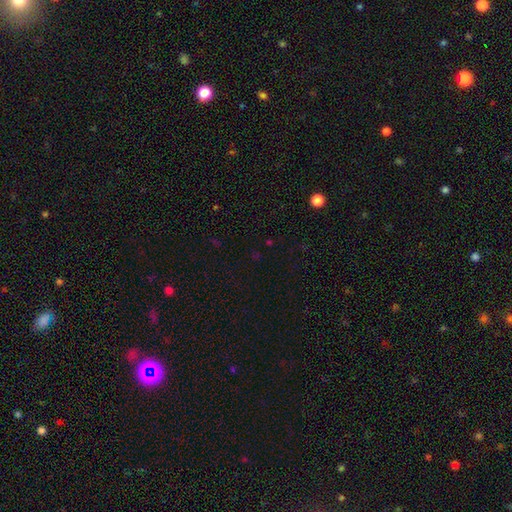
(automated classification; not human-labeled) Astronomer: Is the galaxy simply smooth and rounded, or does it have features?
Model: star or artifact — 66%.